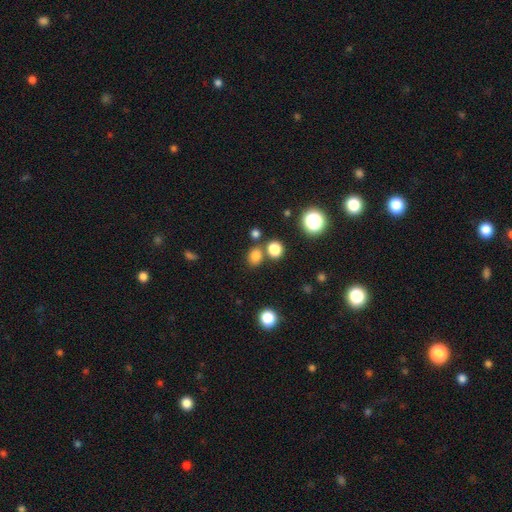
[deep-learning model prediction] The model was most divided on "how rounded": round: 64%, in between: 35%, cigar-shaped: 1%. More confident: smooth or featured — smooth (78%); merging — none (71%).